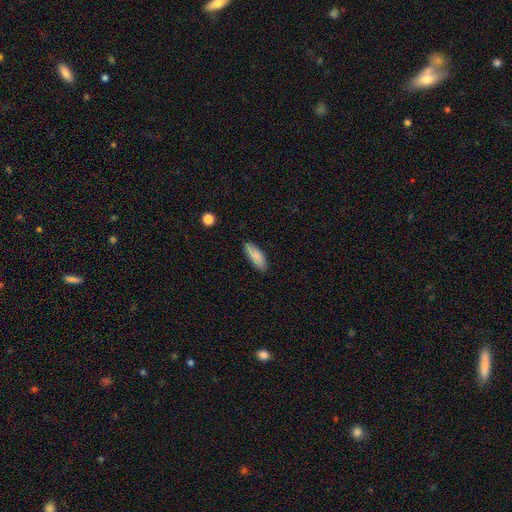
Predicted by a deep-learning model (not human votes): smooth 85%, featured or disk 8%, star or artifact 6%. Down the decision tree: how rounded — in between (68%); merging — none (84%).